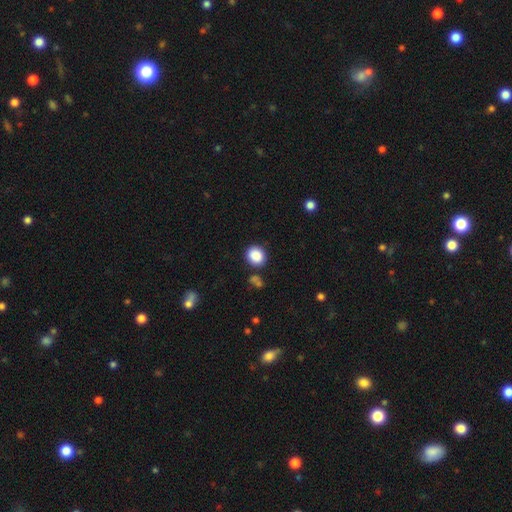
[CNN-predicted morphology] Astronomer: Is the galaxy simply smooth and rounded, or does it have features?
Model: smooth — 88%.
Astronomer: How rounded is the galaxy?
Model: round — 65%.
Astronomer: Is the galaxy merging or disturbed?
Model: none — 80%.